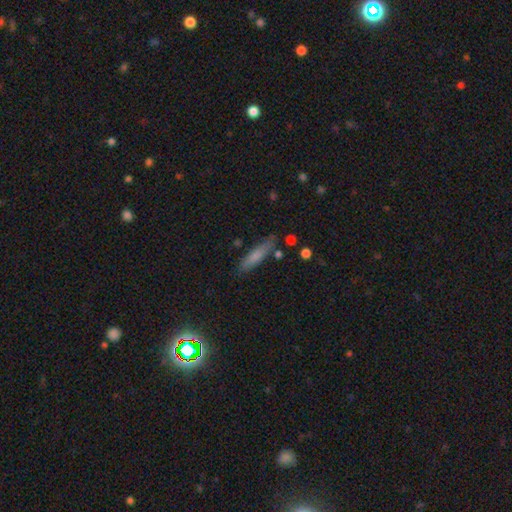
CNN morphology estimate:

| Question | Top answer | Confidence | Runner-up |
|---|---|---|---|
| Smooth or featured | smooth | 68% | featured or disk (23%) |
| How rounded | cigar-shaped | 83% | in between (15%) |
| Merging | none | 80% | minor disturbance (14%) |